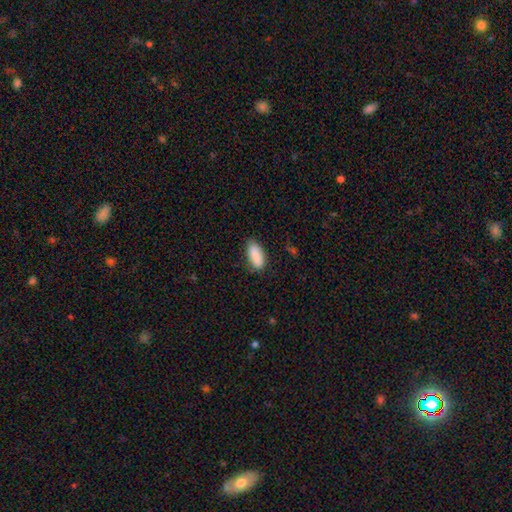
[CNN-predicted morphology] A smooth galaxy with no disk features (87%) that is in between round and cigar-shaped (88%).

Vote fractions:
- Smooth or featured? smooth: 87% / featured or disk: 7% / star or artifact: 6%
- How rounded? in between: 88% / cigar-shaped: 10% / round: 2%
- Merging? none: 76% / minor disturbance: 19% / major disturbance: 4% / merger: 1%